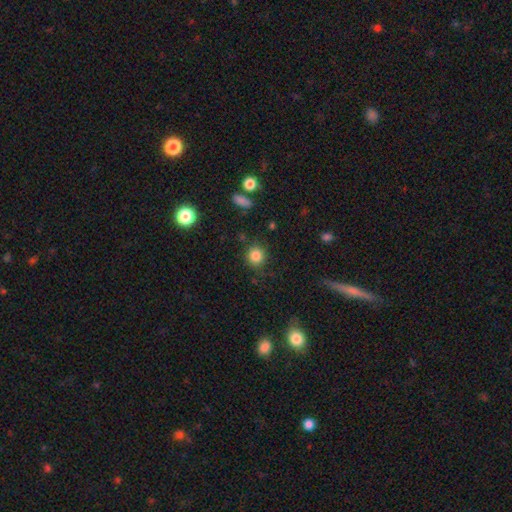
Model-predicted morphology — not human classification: smooth 84%, star or artifact 11%, featured or disk 5%. Down the decision tree: how rounded — round (89%); merging — none (84%).